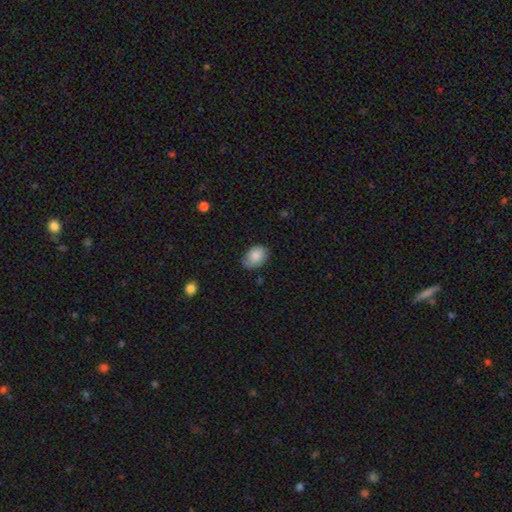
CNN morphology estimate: Smooth or featured?
  - smooth: 82% *
  - featured or disk: 11%
  - star or artifact: 7%
How rounded?
  - in between: 77% *
  - round: 22%
  - cigar-shaped: 1%
Merging?
  - none: 71% *
  - minor disturbance: 24%
  - major disturbance: 4%
  - merger: 1%